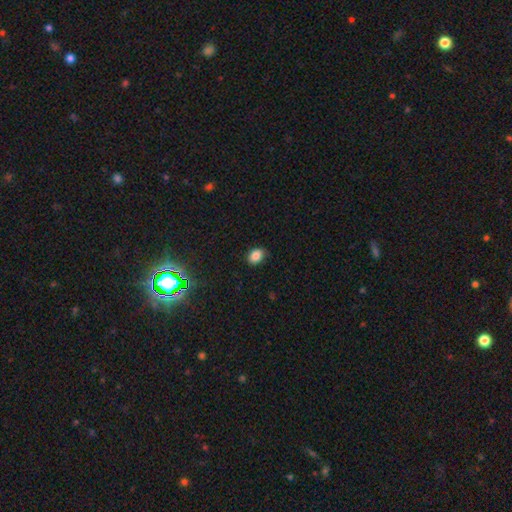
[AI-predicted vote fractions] A smooth galaxy with no disk features (85%) that is in between round and cigar-shaped (71%).

Vote fractions:
- Smooth or featured? smooth: 85% / star or artifact: 11% / featured or disk: 4%
- How rounded? in between: 71% / round: 28% / cigar-shaped: 1%
- Merging? none: 84% / minor disturbance: 13% / major disturbance: 2% / merger: 1%